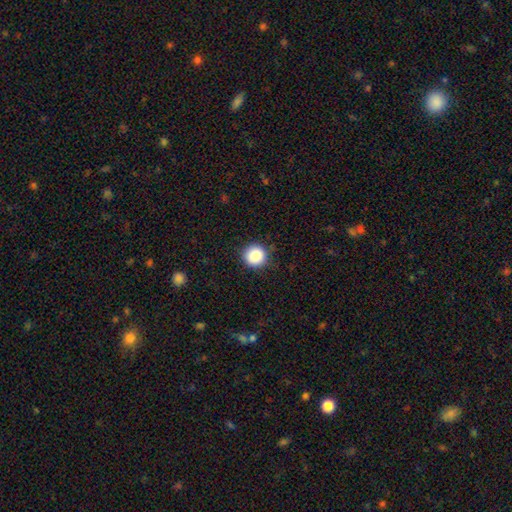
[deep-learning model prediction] Smooth or featured? smooth (86%)
How rounded? round (95%)
Merging? none (89%)